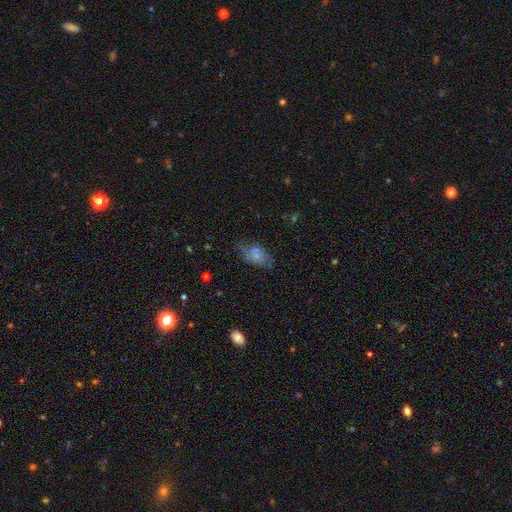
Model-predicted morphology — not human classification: smooth_or_featured: smooth (p=0.65) [alt: featured or disk p=0.22]
how_rounded: in between (p=0.90) [alt: cigar-shaped p=0.05]
merging: none (p=0.58) [alt: minor disturbance p=0.25]